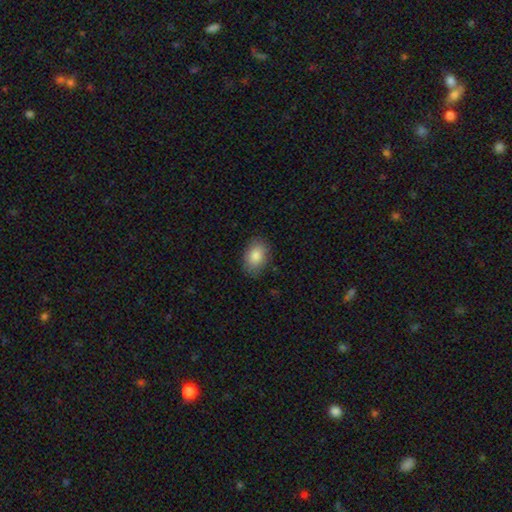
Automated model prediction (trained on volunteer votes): A smooth galaxy with no disk features (85%) that is in between round and cigar-shaped (82%).

Vote fractions:
- Smooth or featured? smooth: 85% / featured or disk: 8% / star or artifact: 7%
- How rounded? in between: 82% / round: 17% / cigar-shaped: 1%
- Merging? none: 84% / minor disturbance: 12% / major disturbance: 3% / merger: 1%